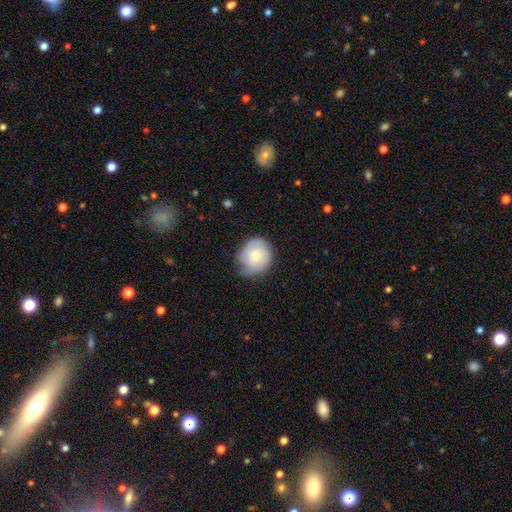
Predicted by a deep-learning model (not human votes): Smooth or featured: smooth — 60% (featured or disk — 33%)
How rounded: round — 78% (in between — 21%)
Merging: none — 58% (minor disturbance — 32%)